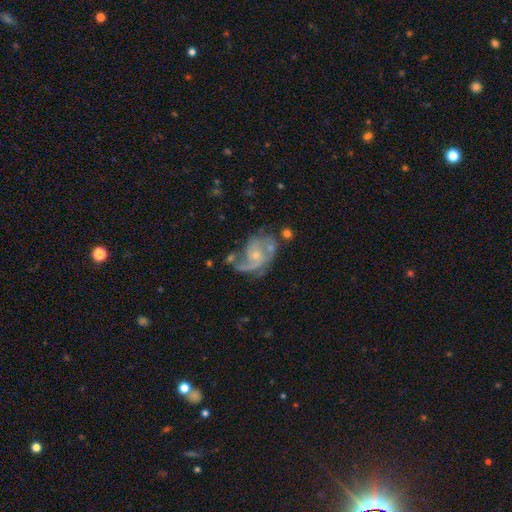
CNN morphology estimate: smooth_or_featured: featured or disk (p=0.82) [alt: smooth p=0.11]
disk_edge_on: no (p=0.98) [alt: yes p=0.02]
bar: no (p=0.69) [alt: weak p=0.26]
has_spiral_arms: yes (p=0.92) [alt: no p=0.08]
spiral_winding: medium (p=0.45) [alt: loose p=0.34]
spiral_arm_count: 2 (p=0.51) [alt: 1 p=0.20]
bulge_size: small (p=0.70) [alt: moderate p=0.24]
merging: none (p=0.38) [alt: major disturbance p=0.27]